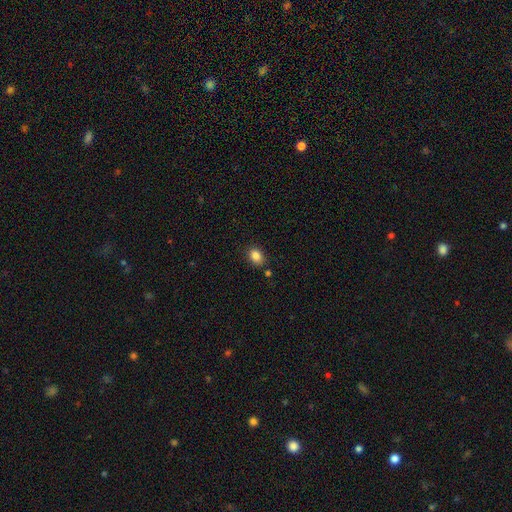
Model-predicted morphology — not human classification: Smooth or featured: smooth — 86% (star or artifact — 10%)
How rounded: in between — 71% (round — 27%)
Merging: none — 84% (minor disturbance — 10%)